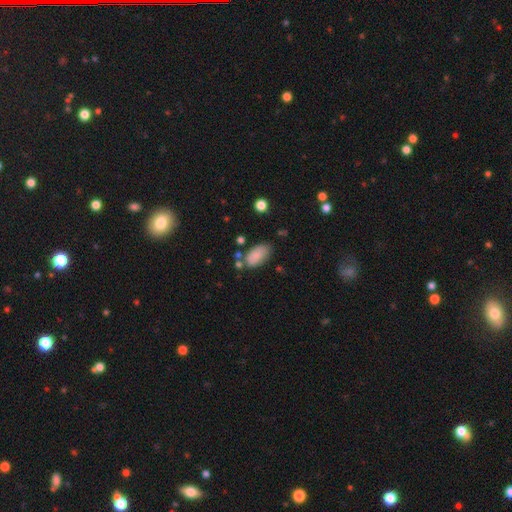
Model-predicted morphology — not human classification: type=smooth (85%); roundness=in between (94%); merging=none (65%).